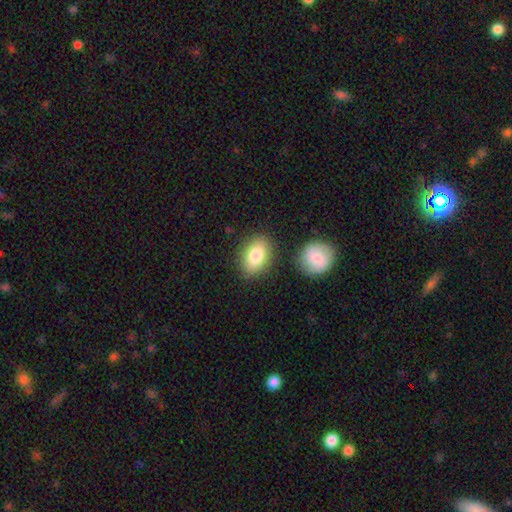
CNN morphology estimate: This is clearly a smooth galaxy (82%). How rounded: clearly in between (84%). Merging: clearly none (80%).